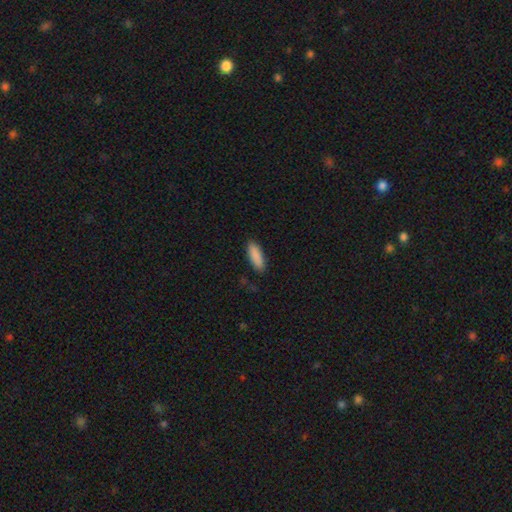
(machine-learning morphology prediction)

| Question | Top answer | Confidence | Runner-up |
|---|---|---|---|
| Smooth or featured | smooth | 90% | star or artifact (6%) |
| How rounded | in between | 58% | cigar-shaped (41%) |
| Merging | none | 87% | minor disturbance (9%) |